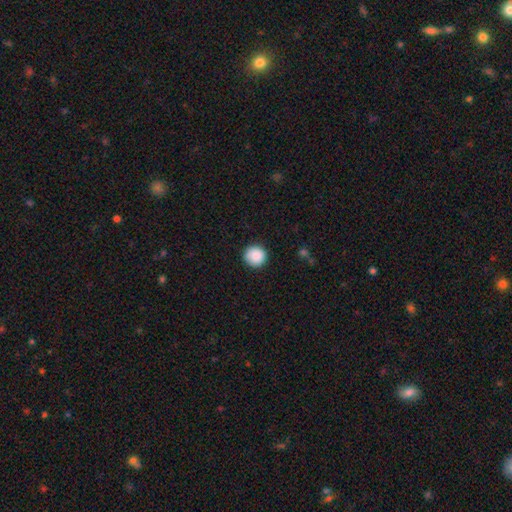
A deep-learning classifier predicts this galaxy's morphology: This is clearly a smooth galaxy (89%). How rounded: clearly round (95%). Merging: clearly none (90%).